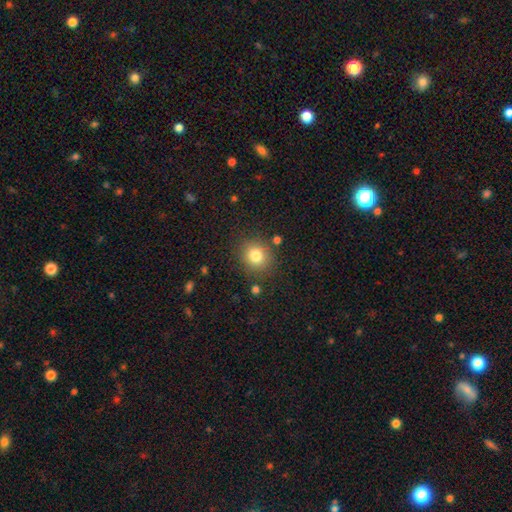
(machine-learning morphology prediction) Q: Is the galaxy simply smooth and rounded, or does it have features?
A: smooth — 80%.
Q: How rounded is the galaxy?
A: round — 82%.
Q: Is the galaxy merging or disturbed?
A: none — 84%.